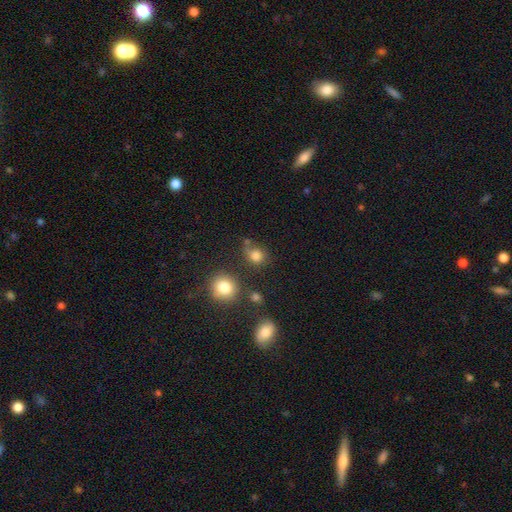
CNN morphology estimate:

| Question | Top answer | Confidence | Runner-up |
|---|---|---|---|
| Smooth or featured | smooth | 80% | star or artifact (14%) |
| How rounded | round | 76% | in between (23%) |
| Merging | none | 66% | minor disturbance (16%) |